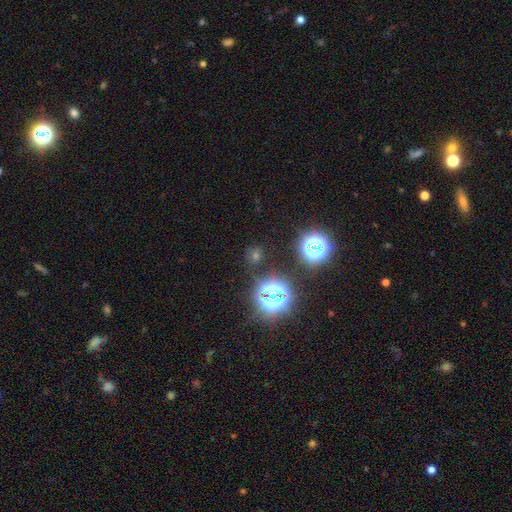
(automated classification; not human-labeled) The model was most divided on "smooth or featured": star or artifact: 56%, smooth: 36%, featured or disk: 8%.